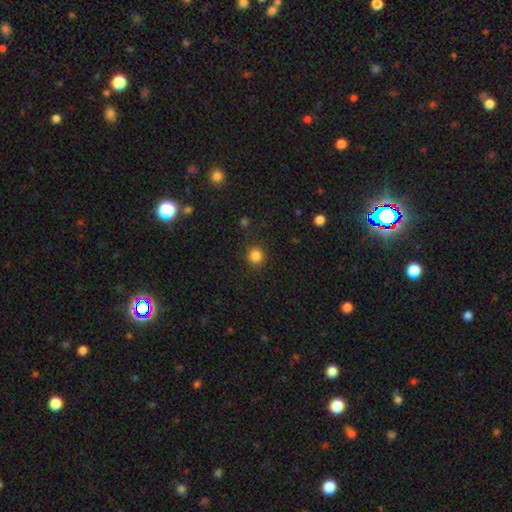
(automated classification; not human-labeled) smooth-or-featured: smooth: 84% | star or artifact: 12% | featured or disk: 4%
  how-rounded: round: 90% | in between: 9% | cigar-shaped: 1%
  merging: none: 90% | minor disturbance: 6% | major disturbance: 2% | merger: 1%